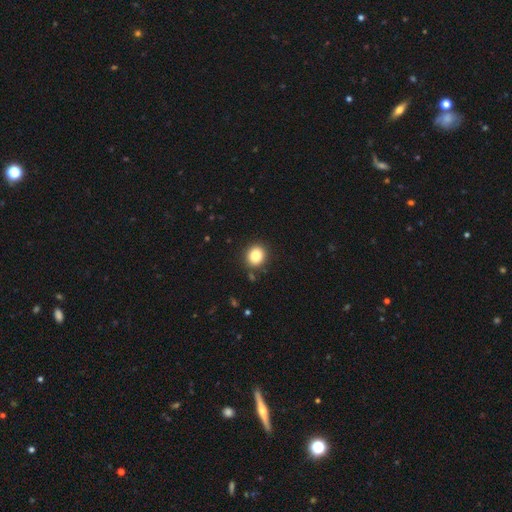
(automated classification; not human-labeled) smooth_or_featured: smooth (p=0.84) [alt: star or artifact p=0.10]
how_rounded: round (p=0.78) [alt: in between p=0.21]
merging: none (p=0.88) [alt: minor disturbance p=0.08]